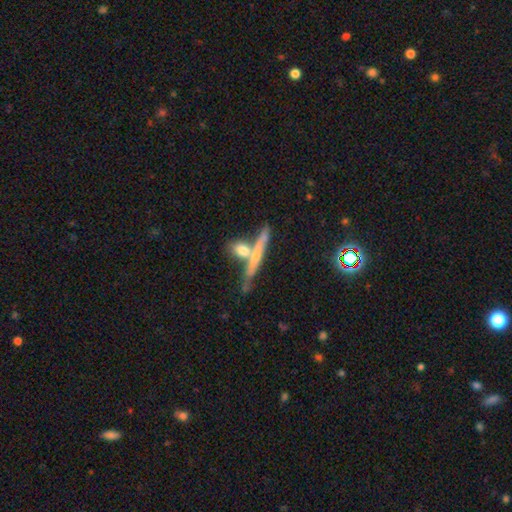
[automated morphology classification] Smooth or featured? featured or disk (59%)
Edge-on disk? yes (90%)
Edge-on bulge? rounded (56%)
Merging? none (61%)